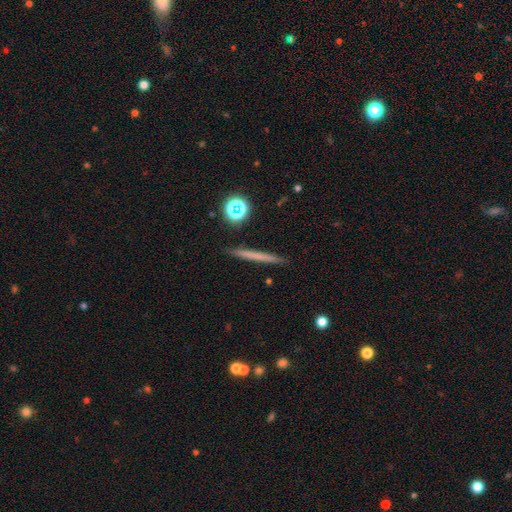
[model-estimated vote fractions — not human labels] smooth-or-featured: smooth: 55% | featured or disk: 35% | star or artifact: 10%
  how-rounded: cigar-shaped: 94% | round: 4% | in between: 3%
  merging: none: 90% | minor disturbance: 7% | major disturbance: 2% | merger: 1%